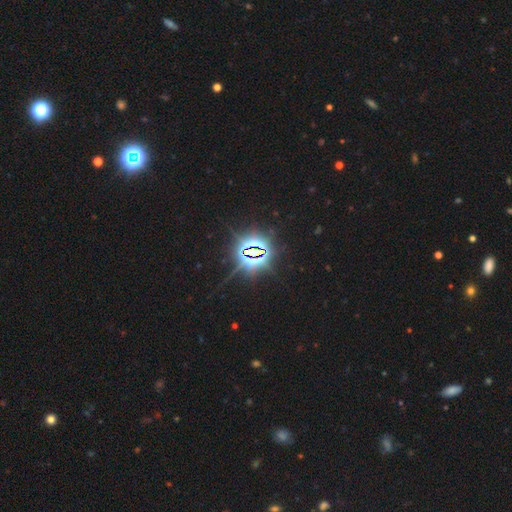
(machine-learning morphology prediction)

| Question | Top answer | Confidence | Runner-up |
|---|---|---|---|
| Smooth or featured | star or artifact | 84% | smooth (9%) |